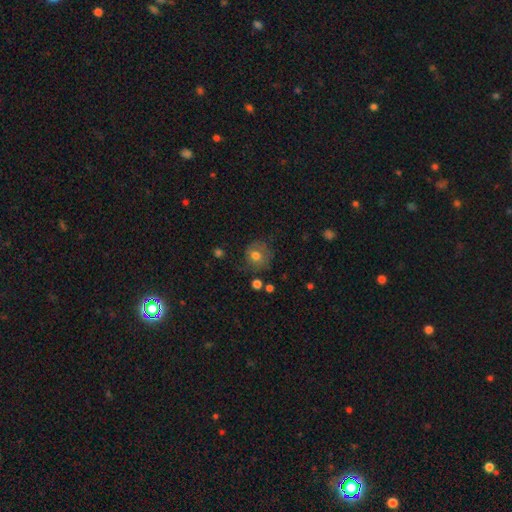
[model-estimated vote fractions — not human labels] Q: Smooth or featured?
A: smooth (73%); runner-up: featured or disk (17%)
Q: How rounded?
A: round (85%); runner-up: in between (14%)
Q: Merging?
A: none (66%); runner-up: minor disturbance (22%)